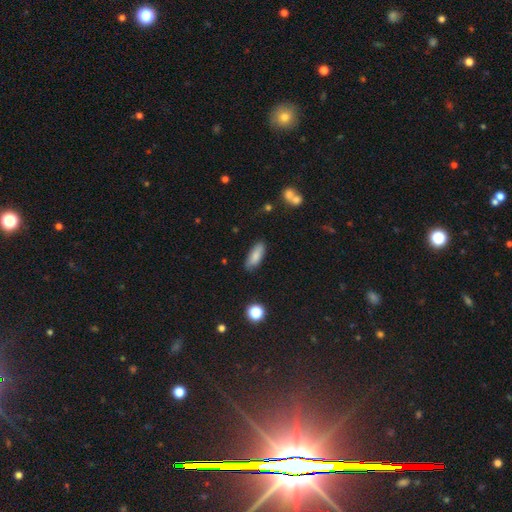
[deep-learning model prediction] Overall: smooth (83%). How rounded: in between (72%). Merging: none (82%).